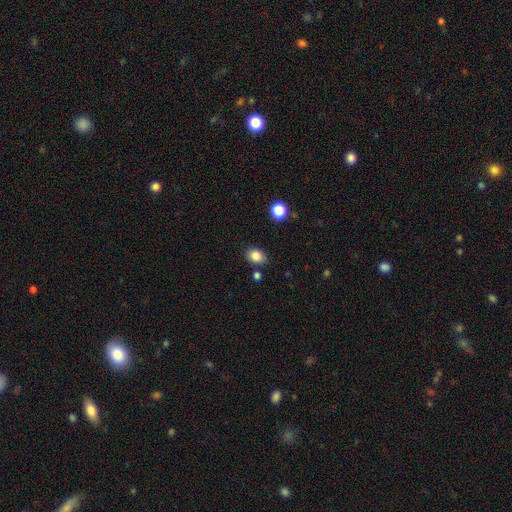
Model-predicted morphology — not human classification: A smooth galaxy with no disk features (85%) that is in between round and cigar-shaped (65%). Merging: none (80%).